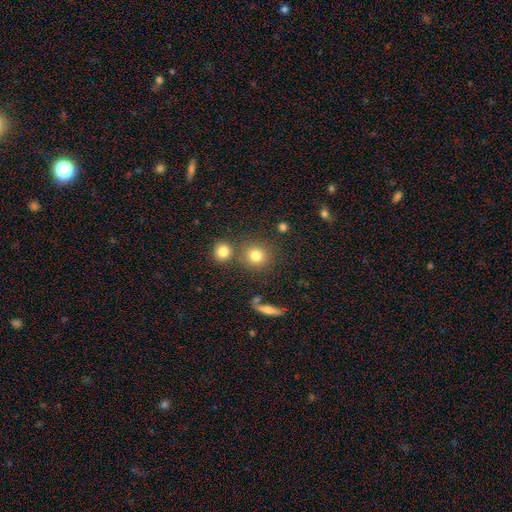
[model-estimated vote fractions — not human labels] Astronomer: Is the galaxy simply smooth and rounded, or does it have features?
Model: smooth — 78%.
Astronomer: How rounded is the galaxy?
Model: round — 90%.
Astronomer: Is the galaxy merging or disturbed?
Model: none — 77%.